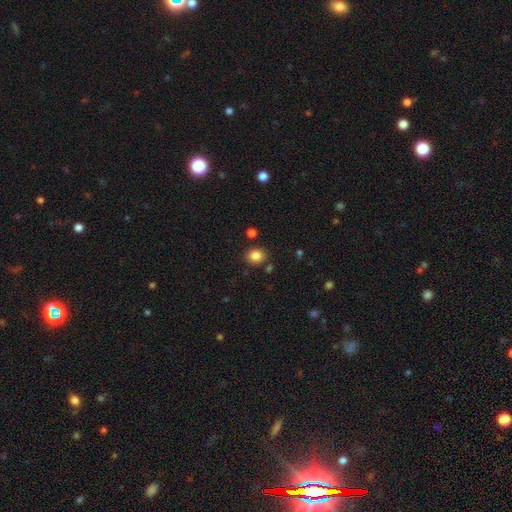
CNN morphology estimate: Overall: smooth (84%). How rounded: round (70%). Merging: none (83%).